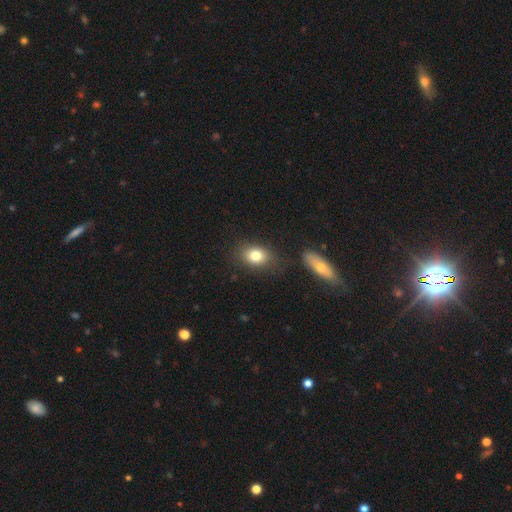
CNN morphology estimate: Overall: smooth (79%). How rounded: in between (69%; round 29%). Merging: none (78%).